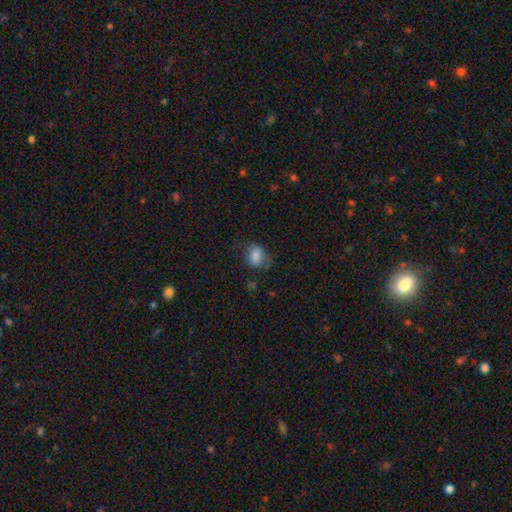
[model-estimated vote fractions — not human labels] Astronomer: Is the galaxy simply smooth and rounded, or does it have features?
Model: smooth — 79%.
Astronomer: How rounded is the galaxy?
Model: in between — 58% (runner-up: round, 41%).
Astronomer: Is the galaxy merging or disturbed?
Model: none — 53% (runner-up: minor disturbance, 29%).